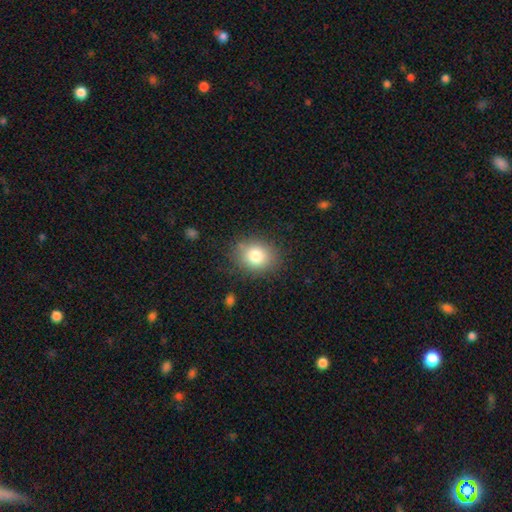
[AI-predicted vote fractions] Smooth or featured?
  - smooth: 81% *
  - star or artifact: 10%
  - featured or disk: 9%
How rounded?
  - round: 61% *
  - in between: 38%
  - cigar-shaped: 1%
Merging?
  - none: 82% *
  - minor disturbance: 13%
  - major disturbance: 4%
  - merger: 2%